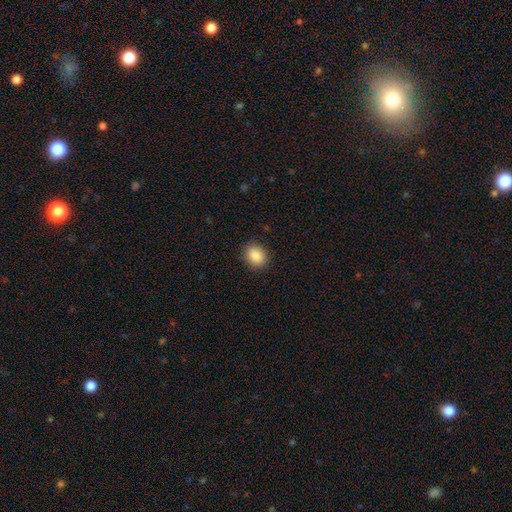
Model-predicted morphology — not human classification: Q: Smooth or featured?
A: smooth (88%); runner-up: star or artifact (8%)
Q: How rounded?
A: in between (54%); runner-up: round (45%)
Q: Merging?
A: none (88%); runner-up: minor disturbance (8%)